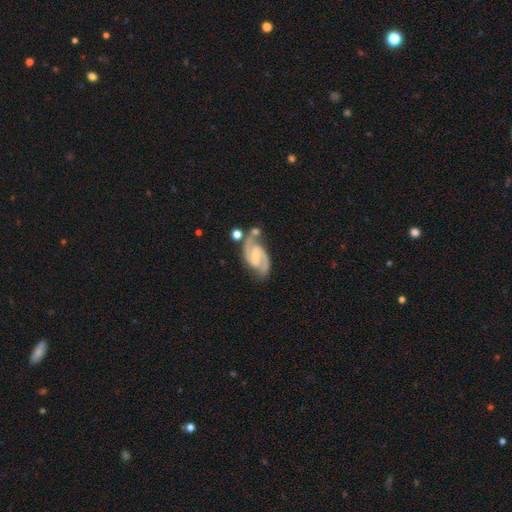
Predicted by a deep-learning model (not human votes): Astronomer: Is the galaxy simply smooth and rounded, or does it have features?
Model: featured or disk — 91%.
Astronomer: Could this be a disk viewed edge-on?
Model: no — 98%.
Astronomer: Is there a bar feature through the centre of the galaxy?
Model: weak — 47% (runner-up: no, 34%).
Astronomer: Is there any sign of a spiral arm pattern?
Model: yes — 98%.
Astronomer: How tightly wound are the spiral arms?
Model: medium — 57%.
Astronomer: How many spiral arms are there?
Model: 2 — 93%.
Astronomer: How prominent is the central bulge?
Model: small — 59% (runner-up: moderate, 35%).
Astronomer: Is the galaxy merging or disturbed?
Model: none — 63%.